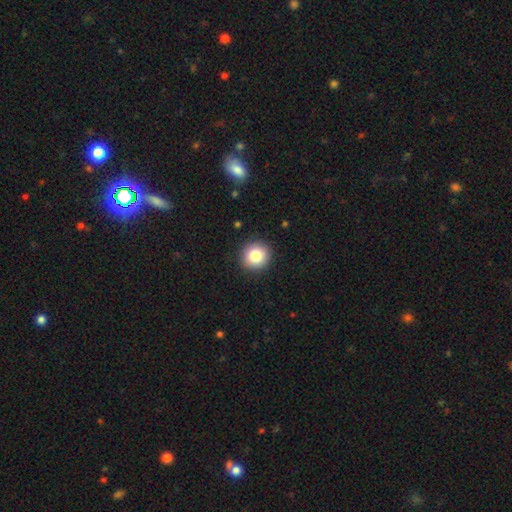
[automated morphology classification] Overall: smooth (85%). How rounded: round (92%). Merging: none (91%).